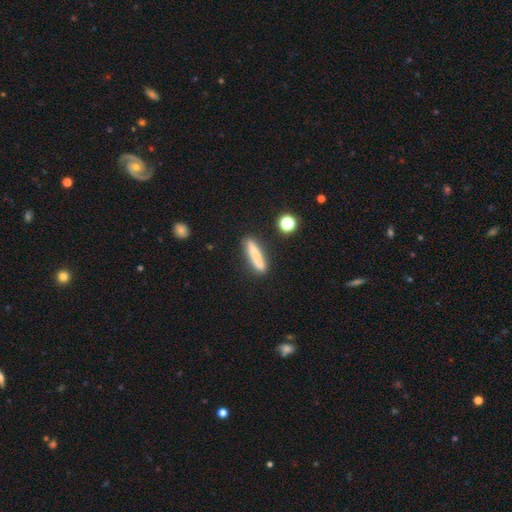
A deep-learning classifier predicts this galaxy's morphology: This is likely a smooth galaxy (76%). How rounded: clearly cigar-shaped (88%). Merging: clearly none (85%).